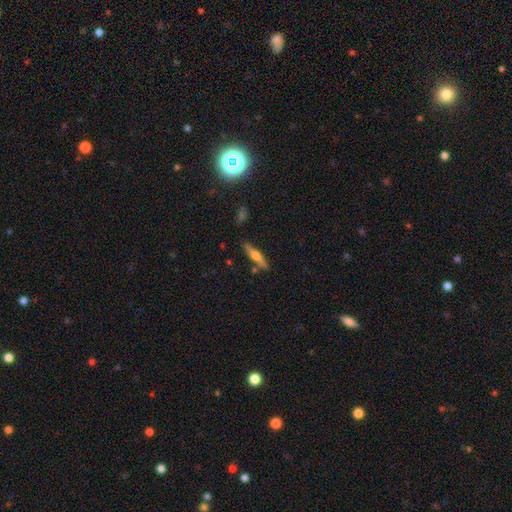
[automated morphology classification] The model was most divided on "smooth or featured": featured or disk: 54%, smooth: 40%, star or artifact: 6%. More confident: edge-on disk — yes (95%); edge-on bulge — rounded (91%); merging — none (82%).